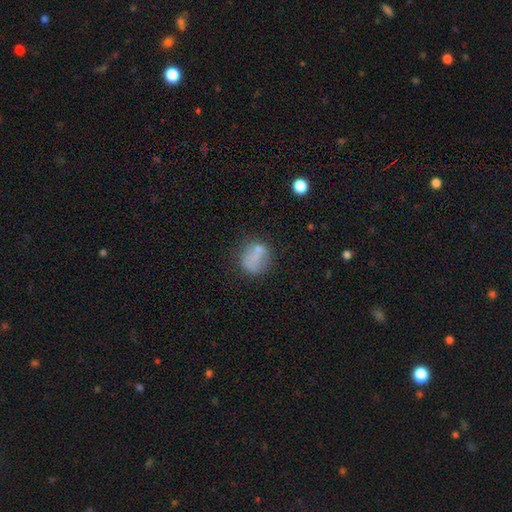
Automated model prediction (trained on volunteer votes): This appears to be a smooth galaxy with no disk features (63%) that is round (66%). Merging: none (61%).